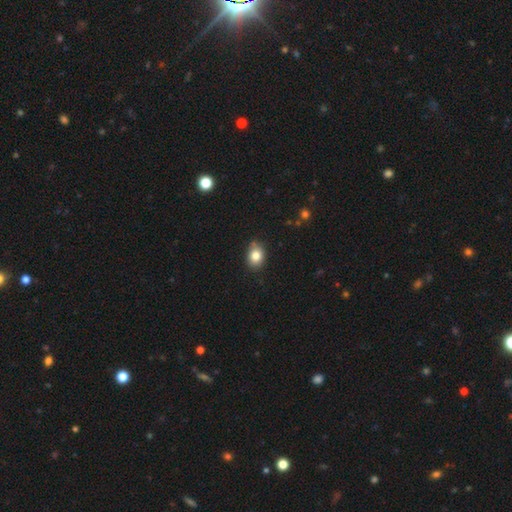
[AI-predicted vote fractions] Overall: smooth (82%). How rounded: in between (57%; round 42%). Merging: none (76%).